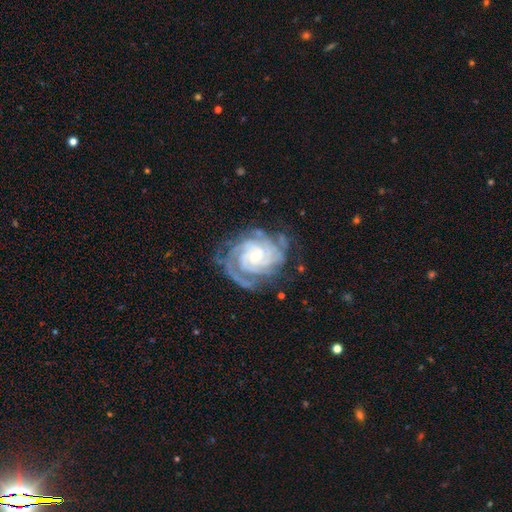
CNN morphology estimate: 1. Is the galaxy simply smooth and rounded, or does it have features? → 91% featured or disk, 5% star or artifact, 4% smooth.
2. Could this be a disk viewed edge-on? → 98% no, 2% yes.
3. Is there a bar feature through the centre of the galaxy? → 56% no, 34% weak, 10% strong.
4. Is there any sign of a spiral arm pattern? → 98% yes, 2% no.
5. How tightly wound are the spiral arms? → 76% tight, 21% medium, 3% loose.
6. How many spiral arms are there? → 27% 3, 20% 2, 20% can't tell, 18% 4, 8% more than 4, 7% 1.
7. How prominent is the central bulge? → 64% small, 29% moderate, 4% none, 3% large, 1% dominant.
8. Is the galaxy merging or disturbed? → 70% none, 19% minor disturbance, 9% major disturbance, 2% merger.